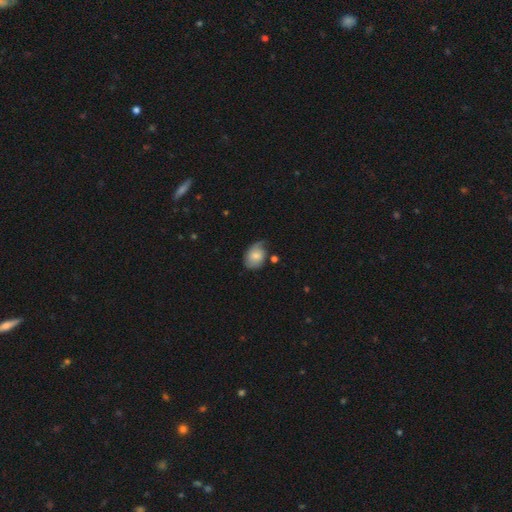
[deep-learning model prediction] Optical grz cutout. It shows a smooth galaxy with no disk features (67%) that is in between round and cigar-shaped (69%). Merging: none (43%).